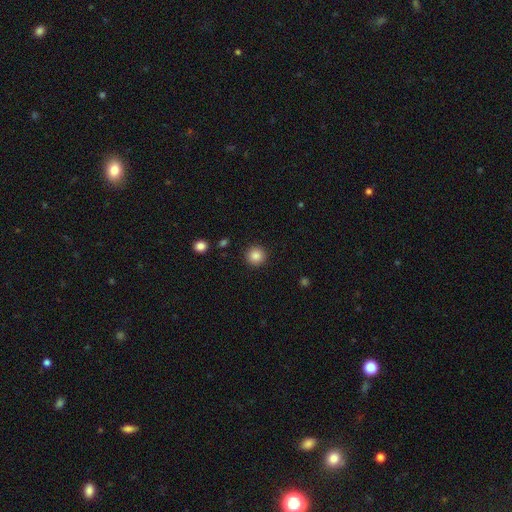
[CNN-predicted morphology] Q: Smooth or featured?
A: smooth (86%); runner-up: star or artifact (10%)
Q: How rounded?
A: round (95%); runner-up: in between (4%)
Q: Merging?
A: none (91%); runner-up: minor disturbance (5%)